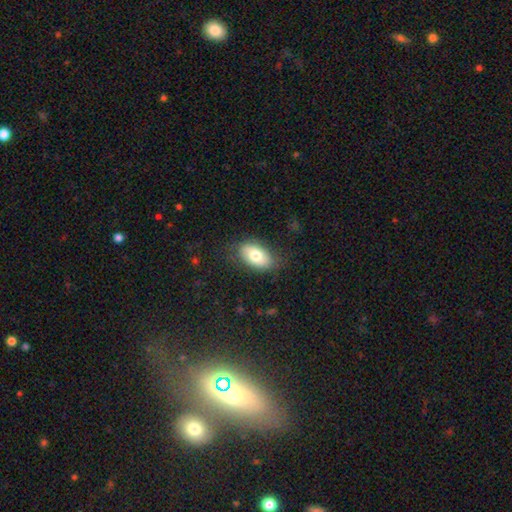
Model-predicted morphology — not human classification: This appears to be a smooth galaxy with no disk features (73%) that is in between round and cigar-shaped (92%). Merging: none (77%).